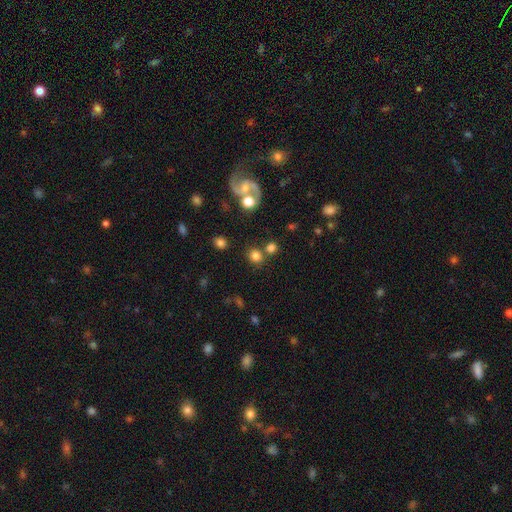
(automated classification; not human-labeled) A smooth galaxy with no disk features (76%) that is round (84%).

Vote fractions:
- Smooth or featured? smooth: 76% / star or artifact: 14% / featured or disk: 10%
- How rounded? round: 84% / in between: 15% / cigar-shaped: 1%
- Merging? none: 71% / merger: 16% / minor disturbance: 9% / major disturbance: 4%